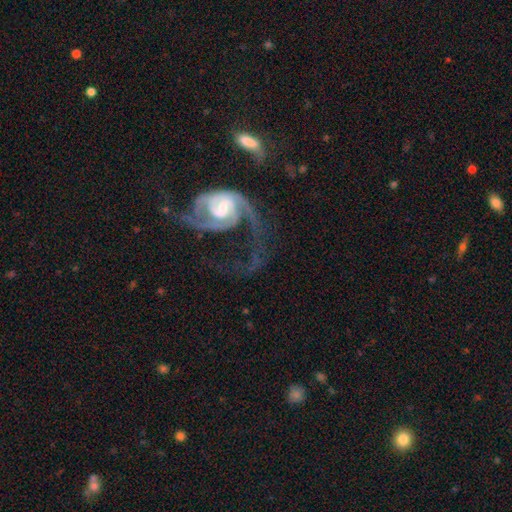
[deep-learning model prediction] The model was most divided on "spiral winding": medium: 42%, loose: 38%, tight: 20%. Remaining: edge-on disk — no (97%); spiral arms — yes (91%); smooth or featured — featured or disk (85%); bulge size — moderate (52%); spiral arm count — 2 (49%); bar — no (47%); merging — major disturbance (47%).